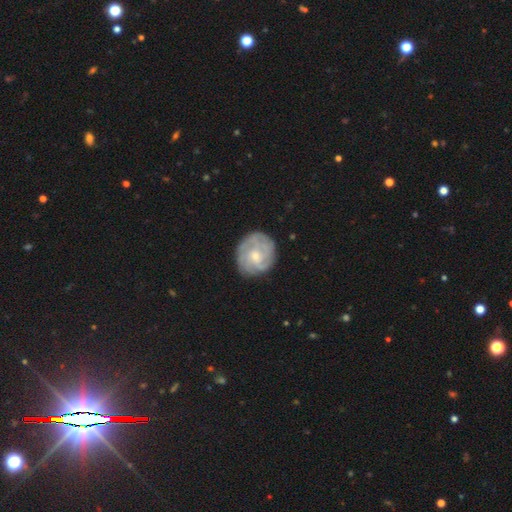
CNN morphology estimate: This appears to be a featured or disk galaxy (73%) with no bar (68%), tight (65%) spiral arms (91%) and a small central bulge (60%). Merging: none (79%).